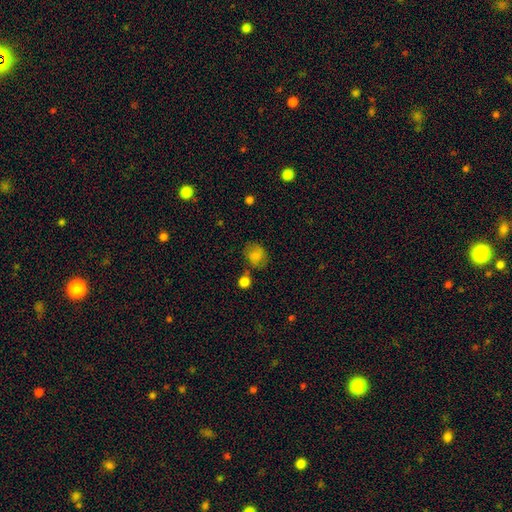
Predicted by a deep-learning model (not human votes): smooth-or-featured: smooth: 78% | featured or disk: 11% | star or artifact: 10%
  how-rounded: round: 65% | in between: 34% | cigar-shaped: 1%
  merging: none: 62% | minor disturbance: 21% | merger: 9% | major disturbance: 8%